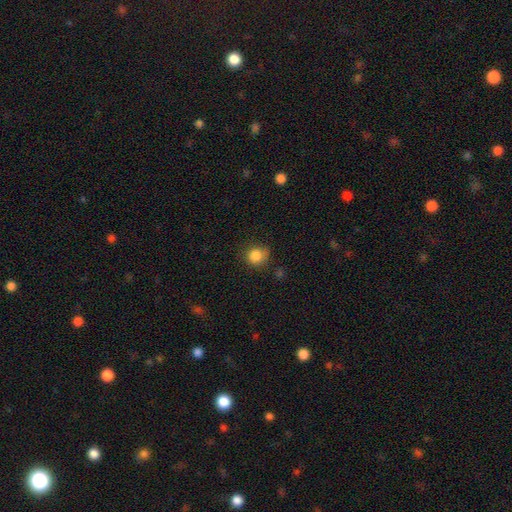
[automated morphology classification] This is clearly a smooth galaxy (85%). How rounded: clearly round (84%). Merging: likely none (70%).